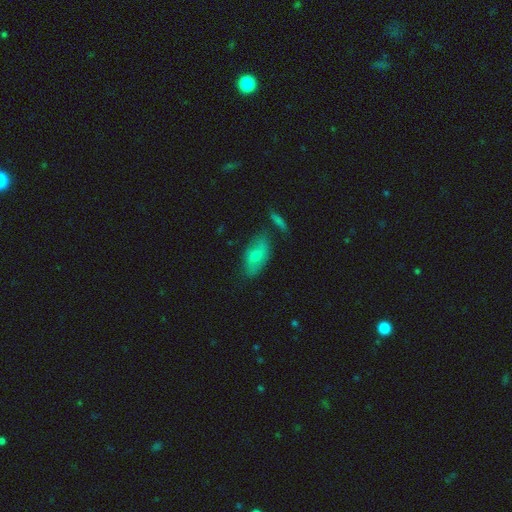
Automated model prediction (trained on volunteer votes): Smooth or featured? smooth (58%)
How rounded? in between (88%)
Merging? none (67%)